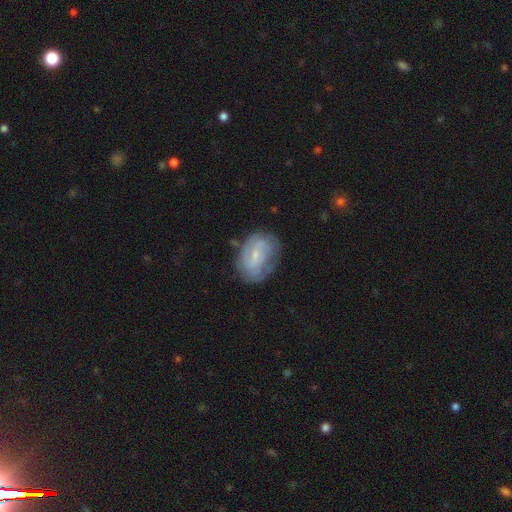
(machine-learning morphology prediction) type=featured or disk (60%); edge-on=no (97%); bar=weak (50%); spiral arms=yes (75%); bulge=small (67%); merging=none (65%).